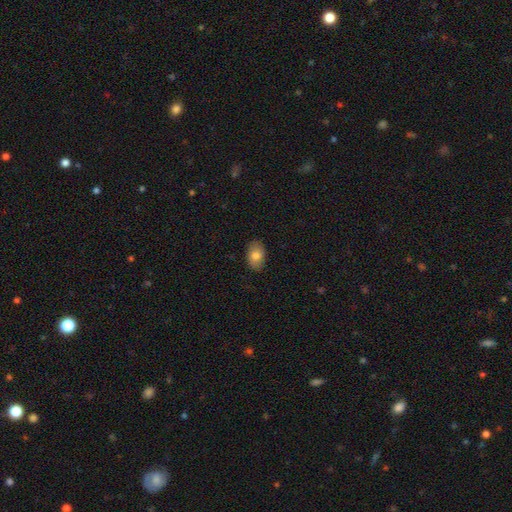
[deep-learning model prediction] Smooth or featured? Predicted: smooth (p=0.81). How rounded? Predicted: in between (p=0.87). Merging? Predicted: none (p=0.86).